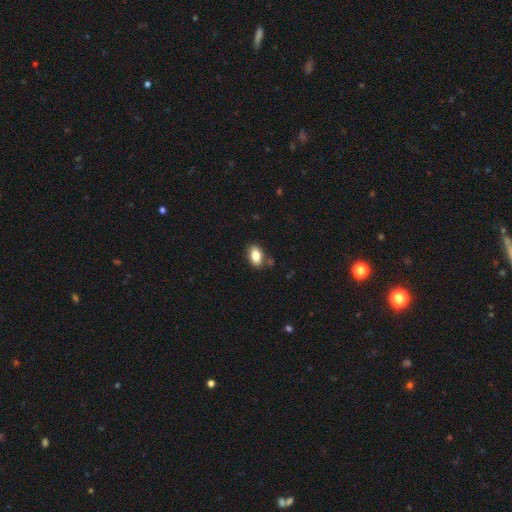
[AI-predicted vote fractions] Overall: smooth (82%). How rounded: in between (89%). Merging: none (82%).